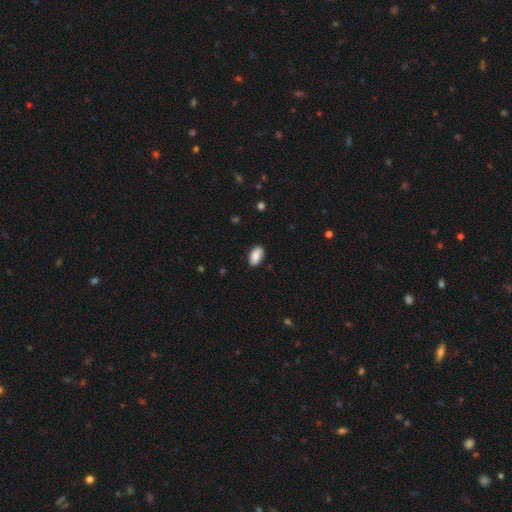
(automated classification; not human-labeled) smooth 85%, featured or disk 8%, star or artifact 7%. Down the decision tree: how rounded — in between (93%); merging — none (81%).